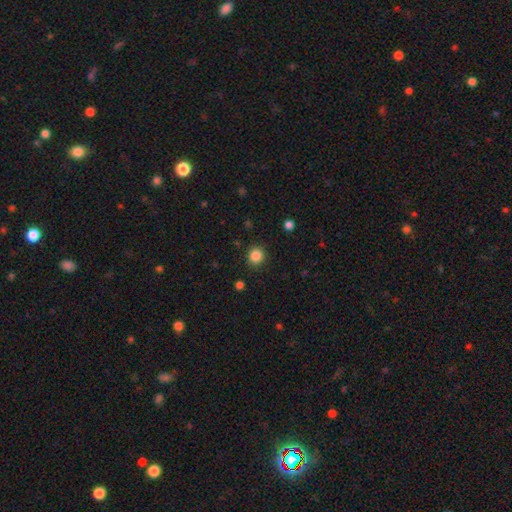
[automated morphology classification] type=smooth (85%); roundness=round (87%); merging=none (89%).